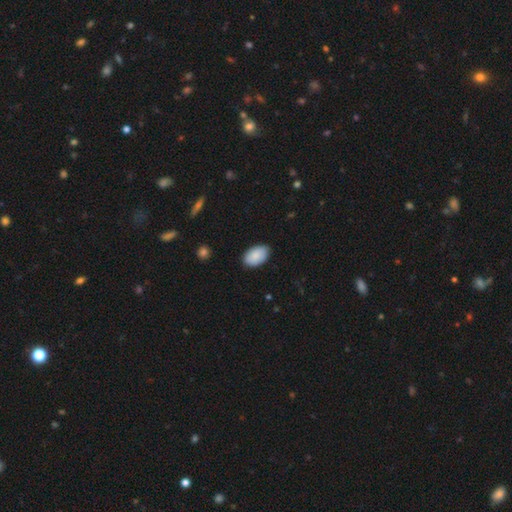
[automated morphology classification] smooth 88%, star or artifact 6%, featured or disk 6%. Down the decision tree: how rounded — in between (94%); merging — none (85%).